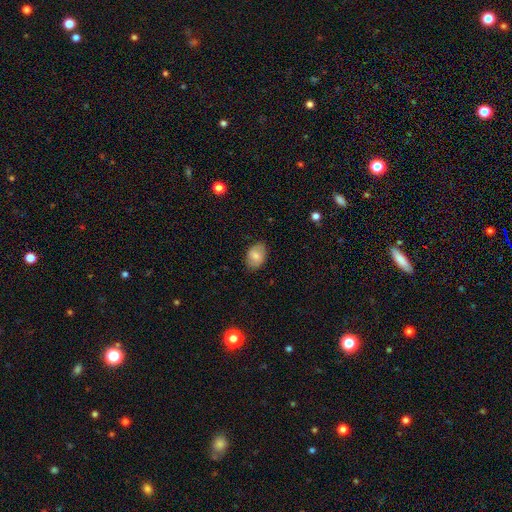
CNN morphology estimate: Smooth or featured: smooth — 76% (featured or disk — 16%)
How rounded: in between — 80% (round — 19%)
Merging: none — 80% (minor disturbance — 15%)